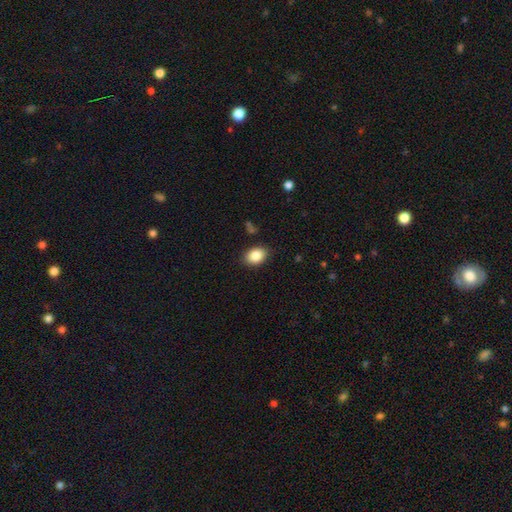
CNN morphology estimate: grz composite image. It shows a smooth galaxy with no disk features (86%) that is in between round and cigar-shaped (73%). Merging: none (86%).